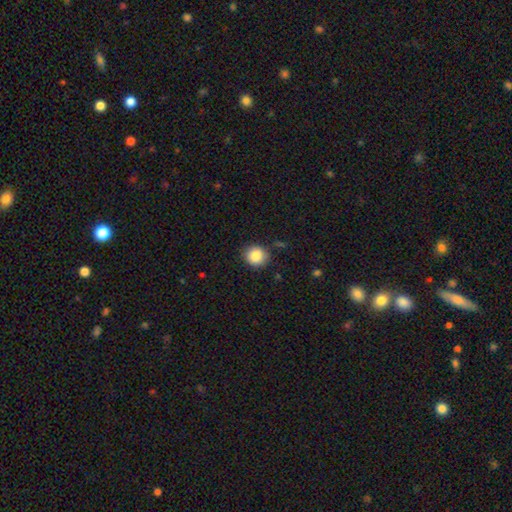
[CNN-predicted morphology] Overall: smooth (87%). How rounded: round (83%). Merging: none (86%).